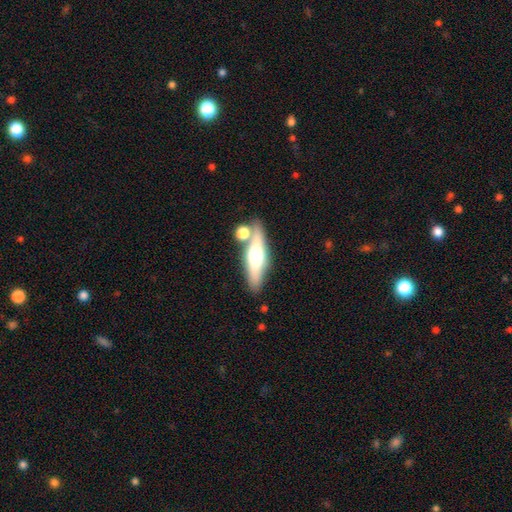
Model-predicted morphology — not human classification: smooth 47%, featured or disk 46%, star or artifact 7%. Down the decision tree: merging — none (70%).